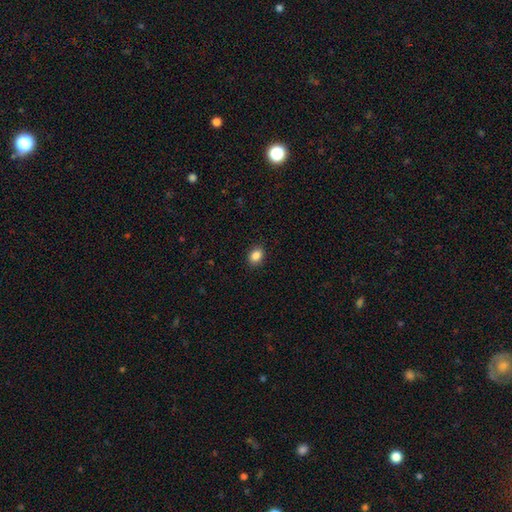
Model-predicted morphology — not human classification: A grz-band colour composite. It shows a smooth galaxy with no disk features (87%) that is in between round and cigar-shaped (69%). Merging: none (89%).